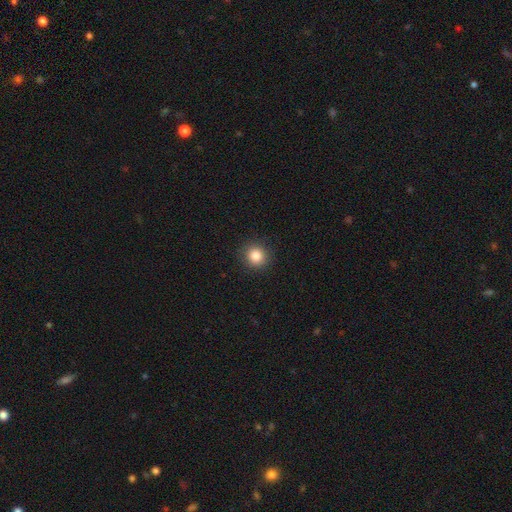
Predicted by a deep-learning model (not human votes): This appears to be a smooth galaxy with no disk features (84%) that is round (91%). Merging: none (91%).